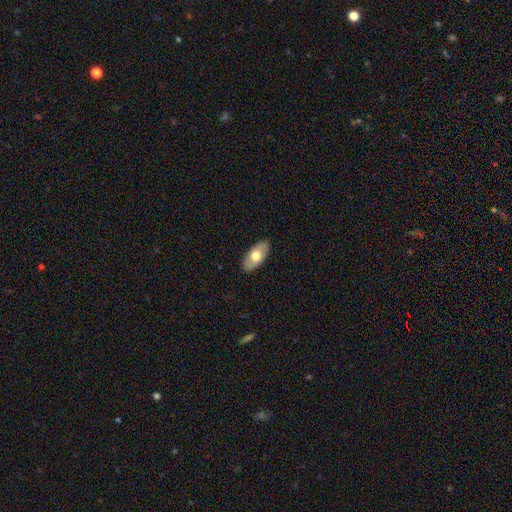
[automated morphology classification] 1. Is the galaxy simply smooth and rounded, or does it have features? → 67% smooth, 28% featured or disk, 5% star or artifact.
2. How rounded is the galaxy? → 93% in between, 5% cigar-shaped, 3% round.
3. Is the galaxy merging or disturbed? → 88% none, 9% minor disturbance, 2% major disturbance, 1% merger.